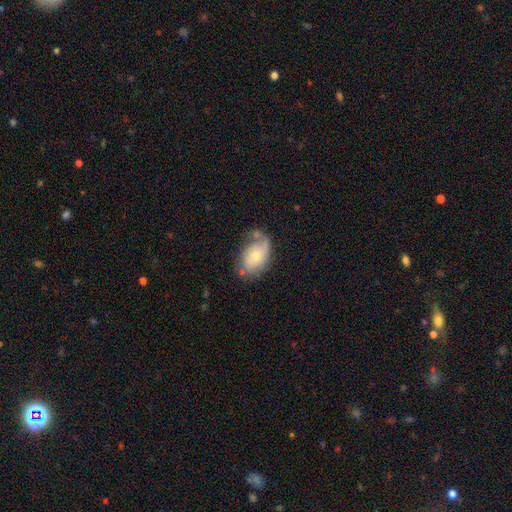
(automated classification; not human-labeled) Smooth or featured? smooth (52%)
How rounded? in between (83%)
Merging? none (45%)